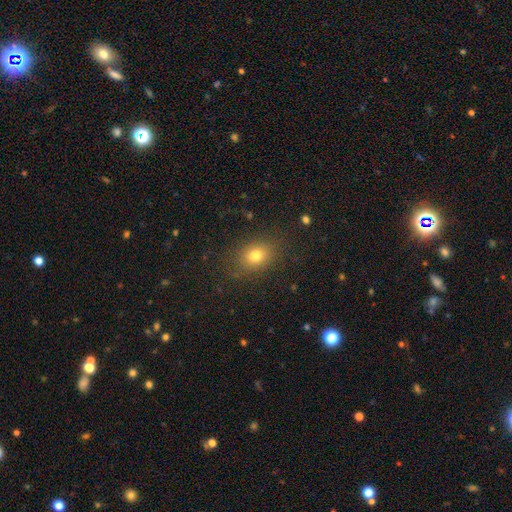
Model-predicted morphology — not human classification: Smooth or featured? smooth (76%)
How rounded? in between (59%)
Merging? none (83%)